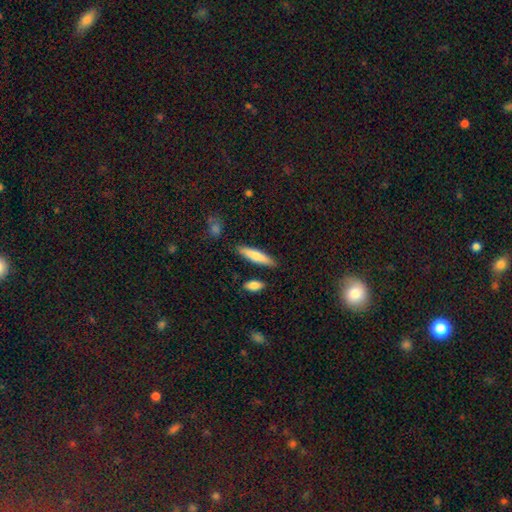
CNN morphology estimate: A smooth galaxy with no disk features (77%) that is cigar-shaped (80%).

Vote fractions:
- Smooth or featured? smooth: 77% / featured or disk: 17% / star or artifact: 6%
- How rounded? cigar-shaped: 80% / in between: 18% / round: 2%
- Merging? none: 86% / minor disturbance: 9% / merger: 3% / major disturbance: 2%